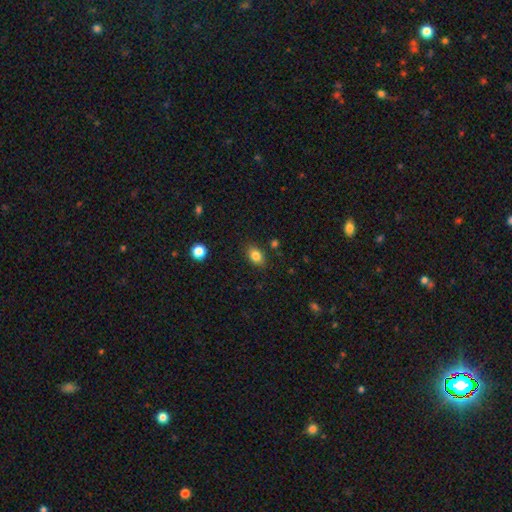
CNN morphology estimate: Smooth or featured?
  - smooth: 82% *
  - star or artifact: 10%
  - featured or disk: 8%
How rounded?
  - in between: 78% *
  - round: 20%
  - cigar-shaped: 2%
Merging?
  - none: 83% *
  - minor disturbance: 12%
  - major disturbance: 3%
  - merger: 2%